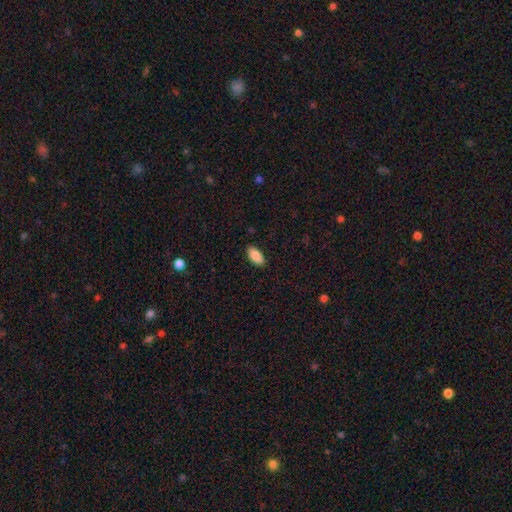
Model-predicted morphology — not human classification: This appears to be a smooth galaxy with no disk features (88%) that is in between round and cigar-shaped (92%). Merging: none (88%).